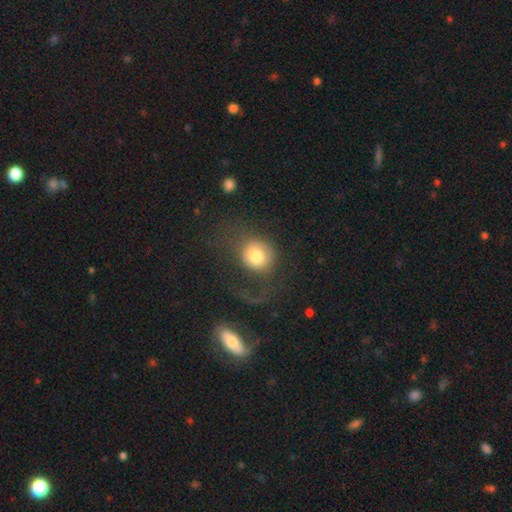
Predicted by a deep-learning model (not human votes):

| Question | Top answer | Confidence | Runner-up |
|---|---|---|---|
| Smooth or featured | smooth | 73% | featured or disk (18%) |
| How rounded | round | 78% | in between (21%) |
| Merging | none | 44% | major disturbance (38%) |